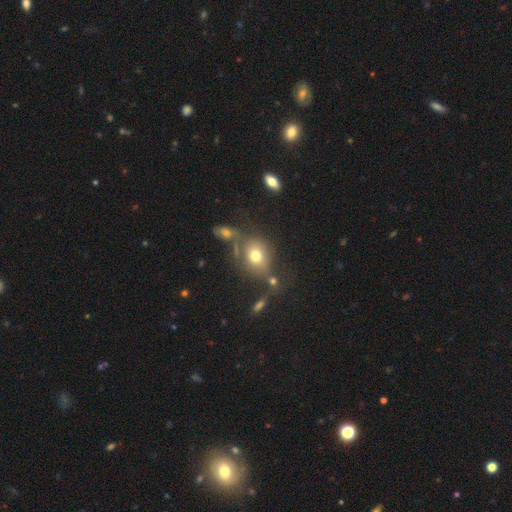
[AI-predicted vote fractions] Morphology: type=smooth (72%); roundness=round (60%); merging=none (51%).